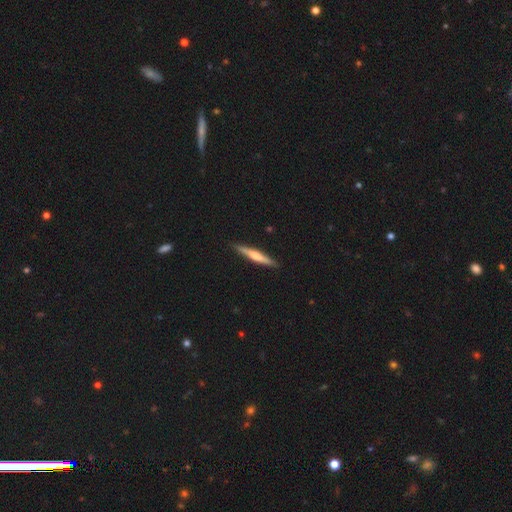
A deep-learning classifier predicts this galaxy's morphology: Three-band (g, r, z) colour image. It shows a featured or disk galaxy (53%) viewed edge-on (97%) with a rounded central bulge (71%). Merging: none (91%).